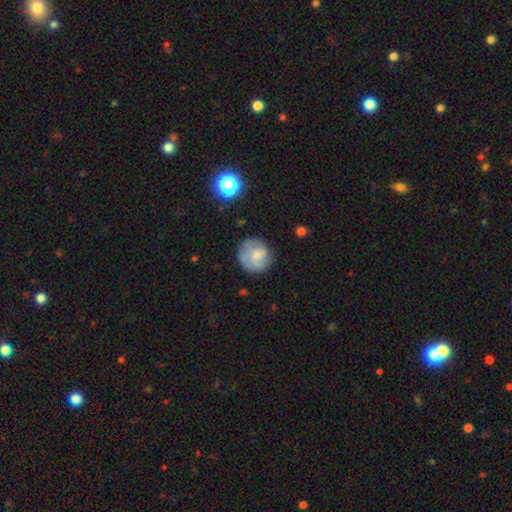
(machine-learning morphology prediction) type=smooth (60%); roundness=round (89%); merging=none (71%).